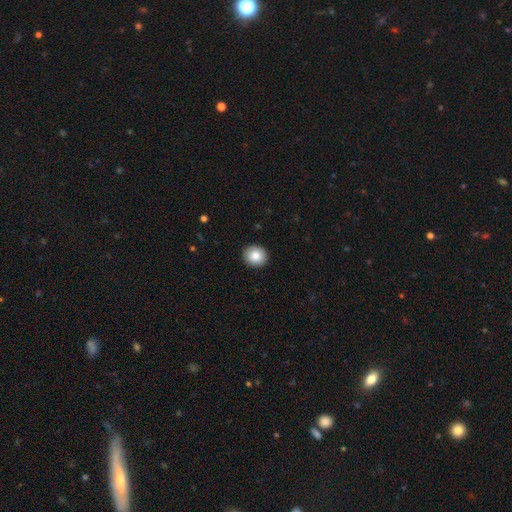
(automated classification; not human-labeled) Overall: smooth (85%). How rounded: round (85%). Merging: none (92%).